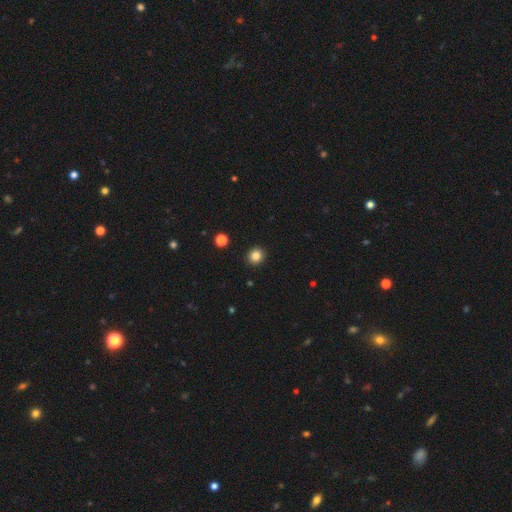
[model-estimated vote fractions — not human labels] Q: Smooth or featured?
A: smooth (84%); runner-up: star or artifact (11%)
Q: How rounded?
A: round (89%); runner-up: in between (10%)
Q: Merging?
A: none (93%); runner-up: minor disturbance (4%)